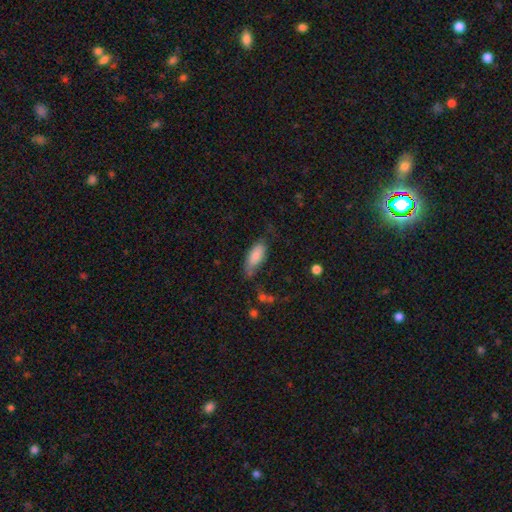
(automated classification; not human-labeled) This is clearly a smooth galaxy (81%). How rounded: likely in between (78%). Merging: possibly none (52%).